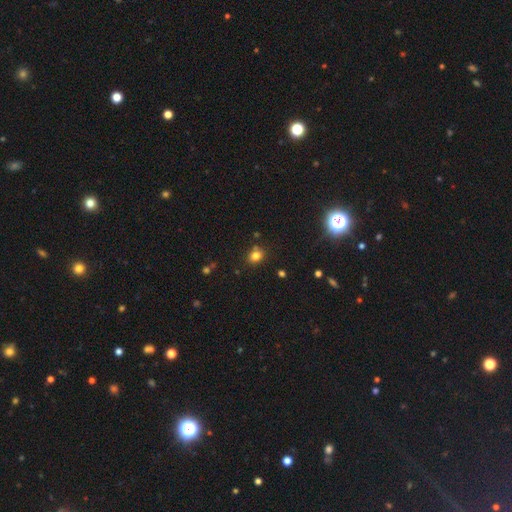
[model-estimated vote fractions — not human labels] Smooth or featured: smooth — 79% (star or artifact — 15%)
How rounded: round — 56% (in between — 42%)
Merging: none — 79% (minor disturbance — 11%)